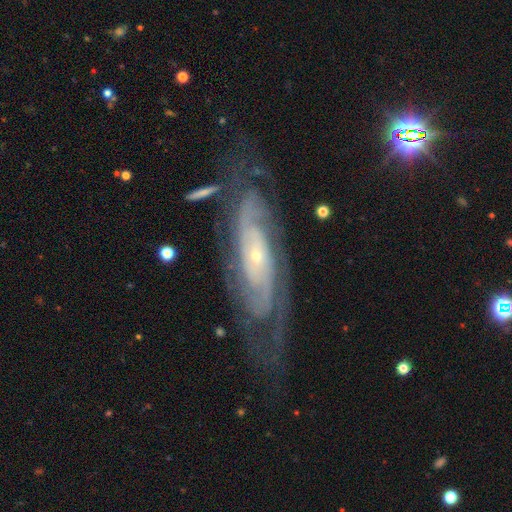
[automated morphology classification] The model was most divided on "spiral arm count": 2: 35%, can't tell: 33%, 3: 13%, 4: 9%, more than 4: 6%, 1: 5%. More confident: spiral arms — yes (96%); edge-on disk — no (89%); smooth or featured — featured or disk (87%); bulge size — small (81%); merging — none (71%); bar — no (71%); spiral winding — tight (71%).